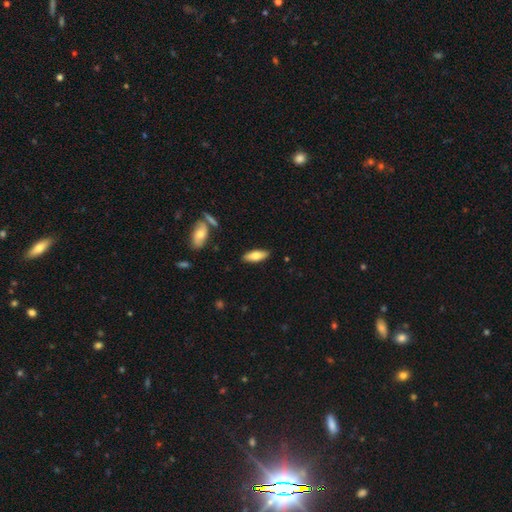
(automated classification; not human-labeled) A smooth galaxy with no disk features (73%) that is in between round and cigar-shaped (66%).

Vote fractions:
- Smooth or featured? smooth: 73% / featured or disk: 21% / star or artifact: 6%
- How rounded? in between: 66% / cigar-shaped: 32% / round: 2%
- Merging? none: 87% / minor disturbance: 9% / merger: 2% / major disturbance: 2%